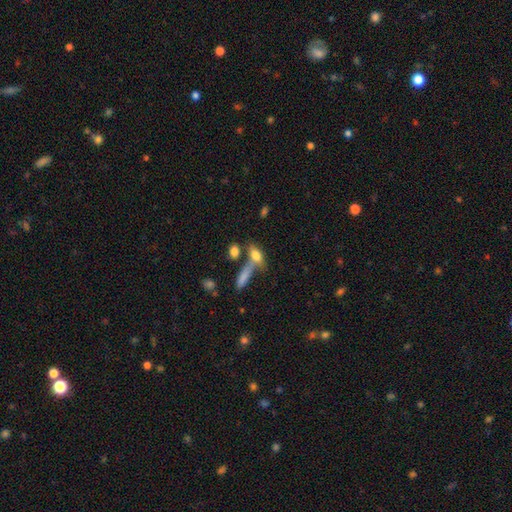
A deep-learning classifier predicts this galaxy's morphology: A smooth galaxy with no disk features (72%) that is in between round and cigar-shaped (67%). Merging: none (44%).